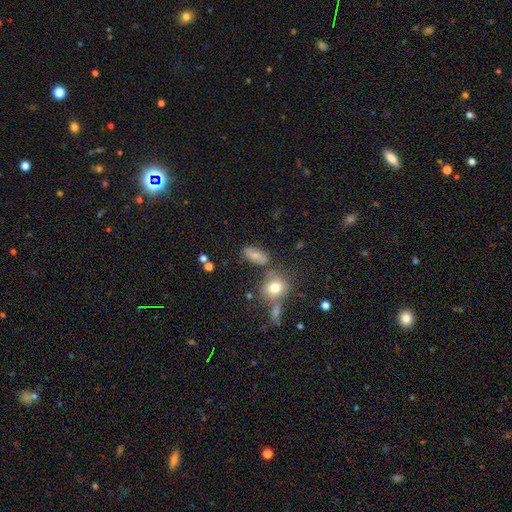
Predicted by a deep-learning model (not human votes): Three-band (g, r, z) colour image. It shows a smooth galaxy with no disk features (75%) that is in between round and cigar-shaped (79%). Merging: none (69%).